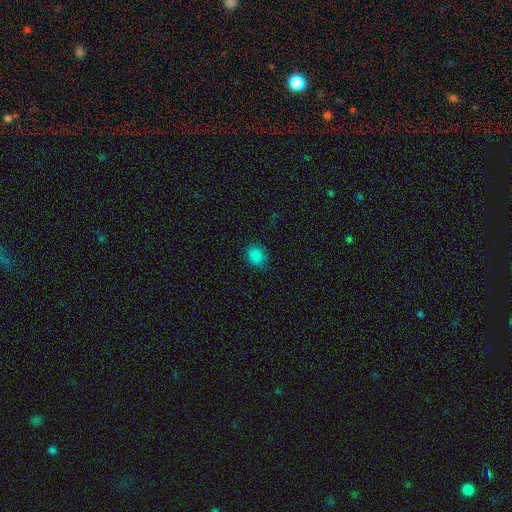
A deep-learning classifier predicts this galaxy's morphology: smooth_or_featured: smooth (p=0.84) [alt: star or artifact p=0.12]
how_rounded: round (p=0.51) [alt: in between p=0.48]
merging: none (p=0.80) [alt: minor disturbance p=0.16]